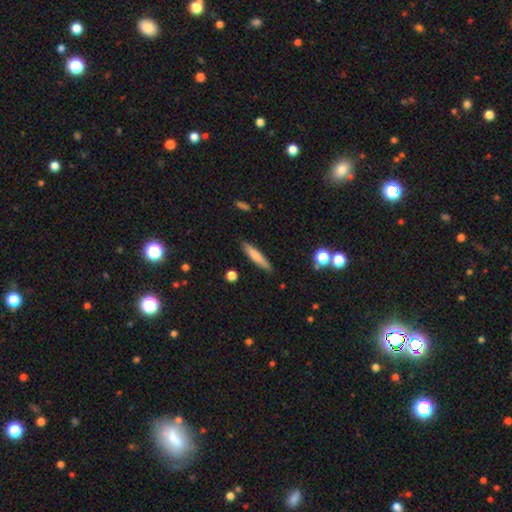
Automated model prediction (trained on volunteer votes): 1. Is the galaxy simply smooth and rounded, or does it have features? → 75% smooth, 19% featured or disk, 6% star or artifact.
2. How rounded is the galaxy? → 89% cigar-shaped, 10% in between, 1% round.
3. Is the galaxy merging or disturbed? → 88% none, 9% minor disturbance, 2% major disturbance, 2% merger.